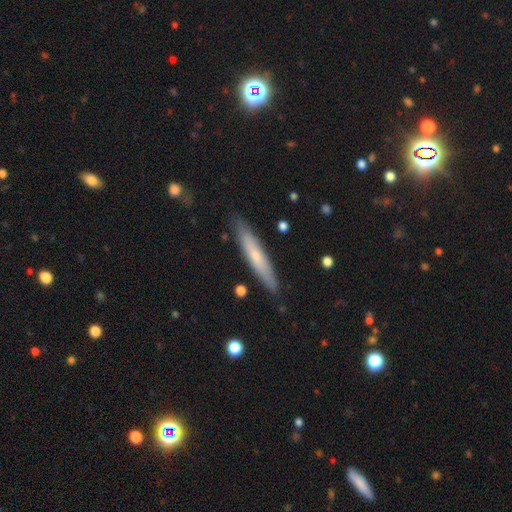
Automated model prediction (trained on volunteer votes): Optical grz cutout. It shows a smooth galaxy with no disk features (58%) that is cigar-shaped (92%). Merging: none (87%).